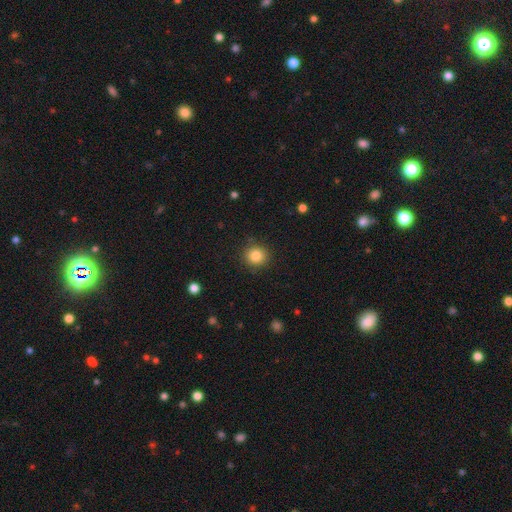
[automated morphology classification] type=smooth (85%); roundness=round (90%); merging=none (88%).